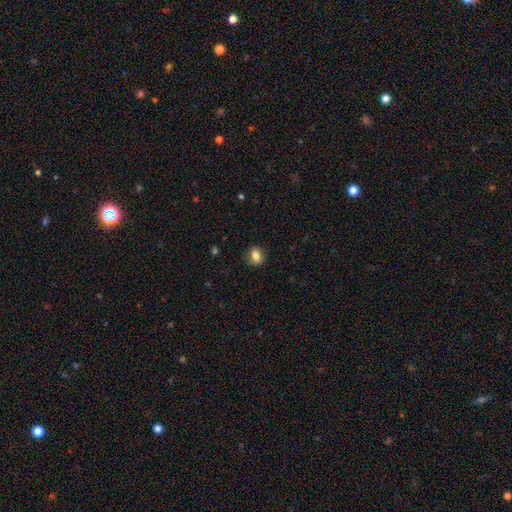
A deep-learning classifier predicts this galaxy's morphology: Smooth or featured: smooth — 80% (featured or disk — 10%)
How rounded: in between — 54% (round — 44%)
Merging: none — 80% (minor disturbance — 15%)